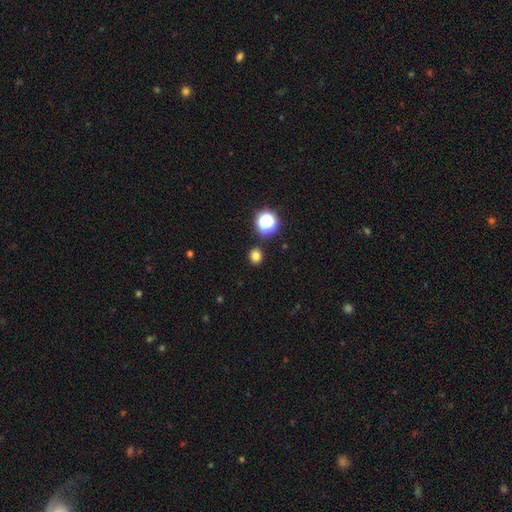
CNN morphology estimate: Q: Smooth or featured?
A: smooth (78%); runner-up: star or artifact (17%)
Q: How rounded?
A: round (75%); runner-up: in between (24%)
Q: Merging?
A: none (88%); runner-up: minor disturbance (7%)